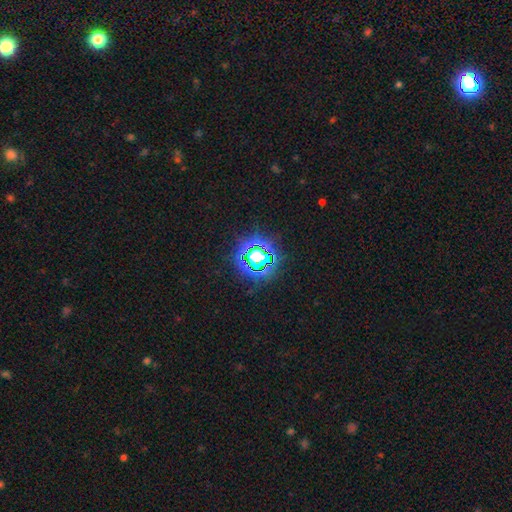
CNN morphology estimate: Smooth or featured? Predicted: star or artifact (p=0.68).